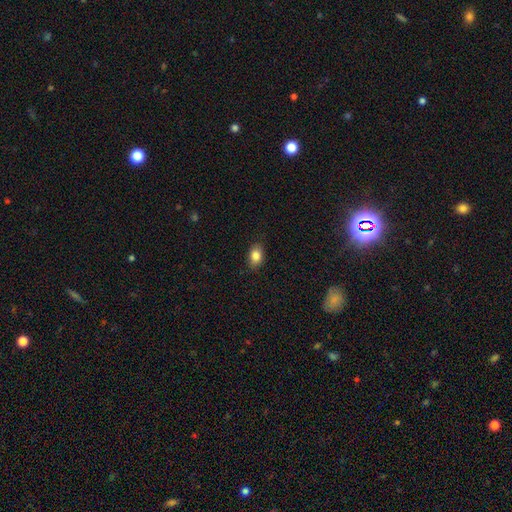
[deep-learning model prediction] Smooth or featured?
  - smooth: 85% *
  - star or artifact: 8%
  - featured or disk: 7%
How rounded?
  - in between: 82% *
  - round: 17%
  - cigar-shaped: 2%
Merging?
  - none: 86% *
  - minor disturbance: 11%
  - major disturbance: 2%
  - merger: 1%